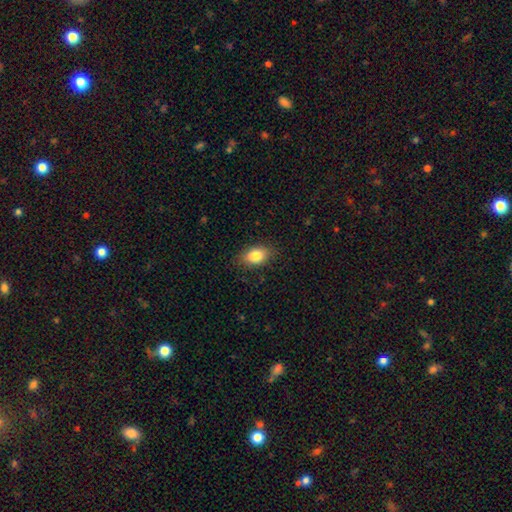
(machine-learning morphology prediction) Q: Smooth or featured?
A: smooth (83%); runner-up: featured or disk (9%)
Q: How rounded?
A: in between (85%); runner-up: round (13%)
Q: Merging?
A: none (84%); runner-up: minor disturbance (12%)